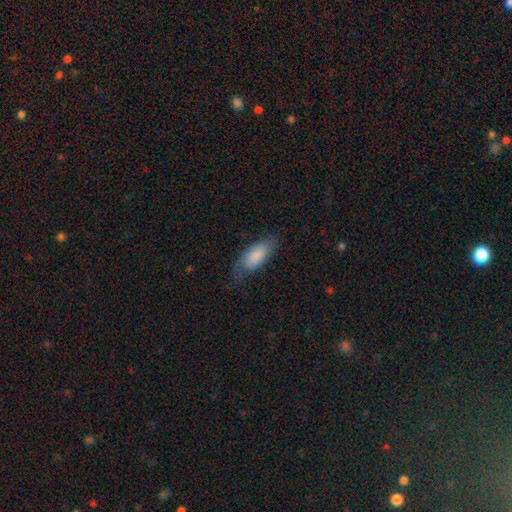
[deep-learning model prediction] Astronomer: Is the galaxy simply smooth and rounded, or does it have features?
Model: smooth — 78%.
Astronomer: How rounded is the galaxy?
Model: in between — 80%.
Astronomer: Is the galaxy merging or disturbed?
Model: none — 62%.